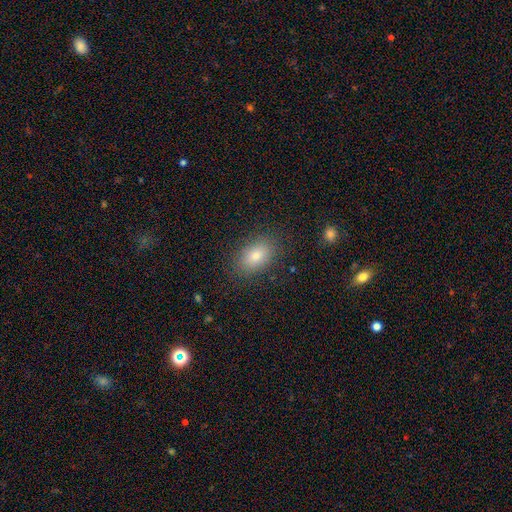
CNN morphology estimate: smooth-or-featured: smooth: 80% | star or artifact: 11% | featured or disk: 10%
  how-rounded: in between: 87% | round: 11% | cigar-shaped: 2%
  merging: none: 86% | minor disturbance: 10% | major disturbance: 3% | merger: 1%